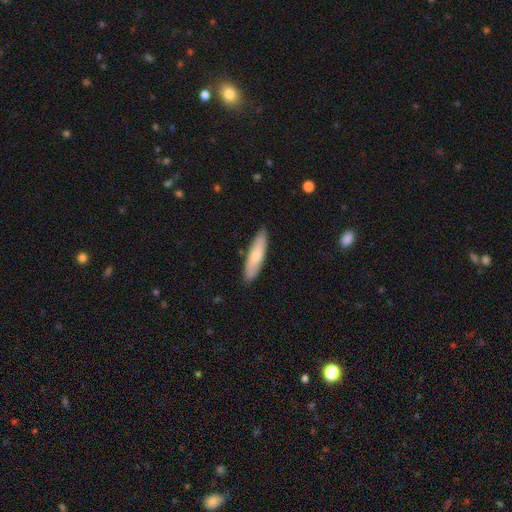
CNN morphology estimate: Overall: smooth (72%). How rounded: cigar-shaped (70%). Merging: none (87%).